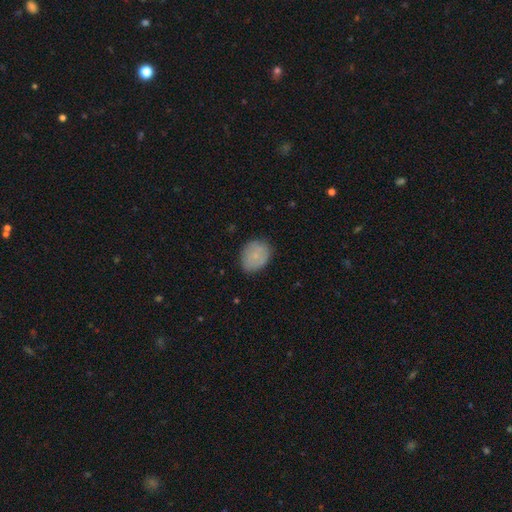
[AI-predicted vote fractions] smooth_or_featured: smooth (p=0.79) [alt: featured or disk p=0.13]
how_rounded: in between (p=0.52) [alt: round p=0.47]
merging: none (p=0.77) [alt: minor disturbance p=0.18]